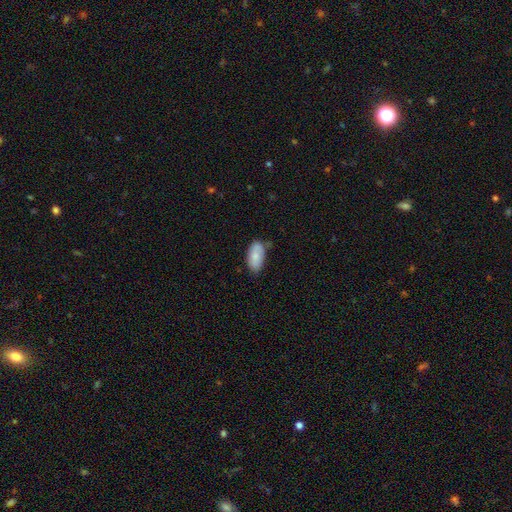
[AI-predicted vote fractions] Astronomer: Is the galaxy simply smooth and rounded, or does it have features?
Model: smooth — 82%.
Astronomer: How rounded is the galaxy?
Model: in between — 93%.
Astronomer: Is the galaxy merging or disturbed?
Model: none — 67%.